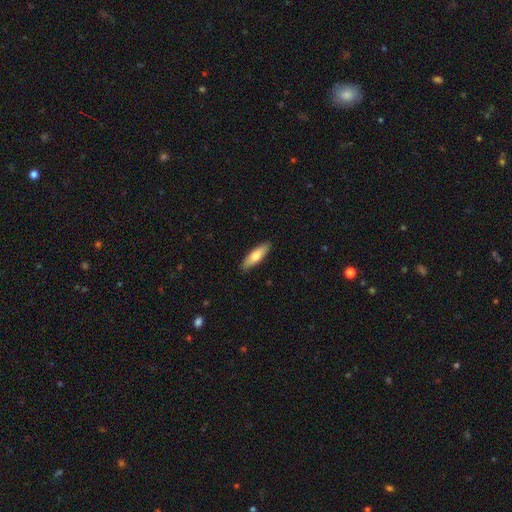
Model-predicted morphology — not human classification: Overall: smooth (72%). How rounded: cigar-shaped (57%; in between 41%). Merging: none (88%).